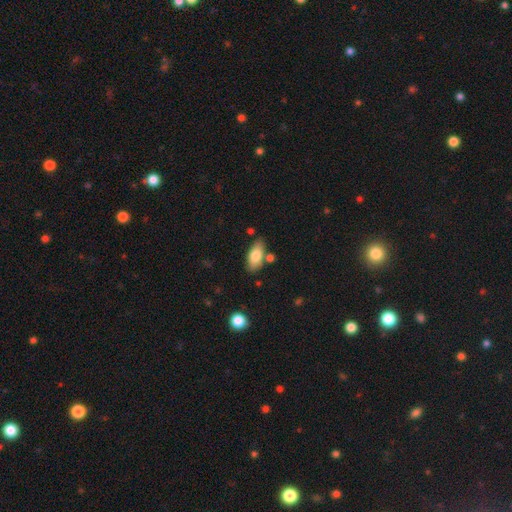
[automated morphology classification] type=smooth (79%); roundness=in between (88%); merging=none (76%).